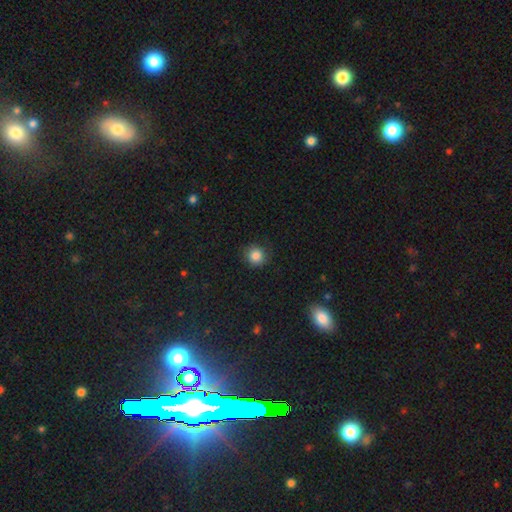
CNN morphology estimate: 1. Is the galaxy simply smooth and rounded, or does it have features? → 84% smooth, 11% star or artifact, 5% featured or disk.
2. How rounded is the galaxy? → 90% round, 9% in between, 1% cigar-shaped.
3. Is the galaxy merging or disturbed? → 84% none, 12% minor disturbance, 3% major disturbance, 1% merger.